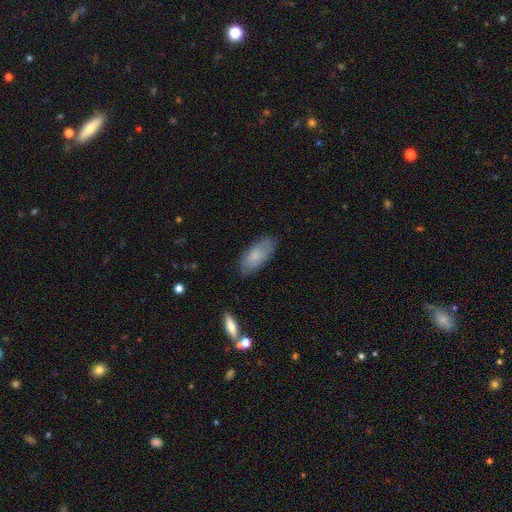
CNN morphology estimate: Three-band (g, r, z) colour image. It shows a smooth galaxy with no disk features (75%) that is in between round and cigar-shaped (87%). Merging: none (75%).